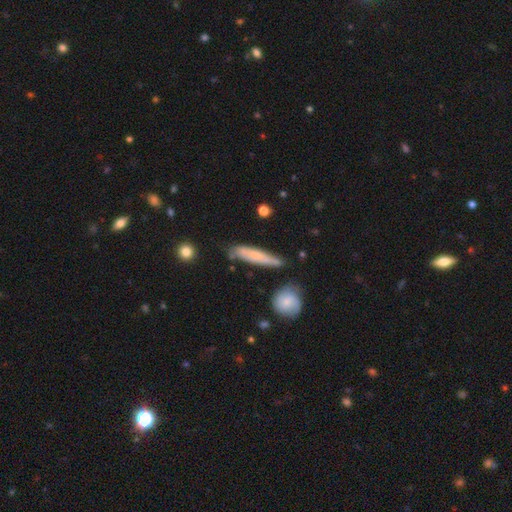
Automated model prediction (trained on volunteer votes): This appears to be a smooth galaxy with no disk features (62%) that is cigar-shaped (84%). Merging: none (68%).